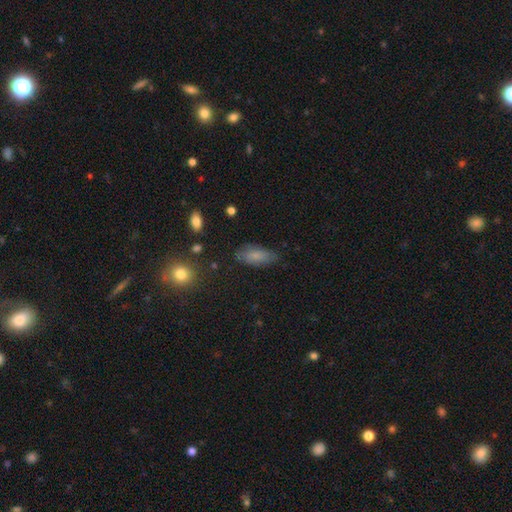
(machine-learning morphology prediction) Overall: smooth (76%). How rounded: in between (86%). Merging: none (73%).